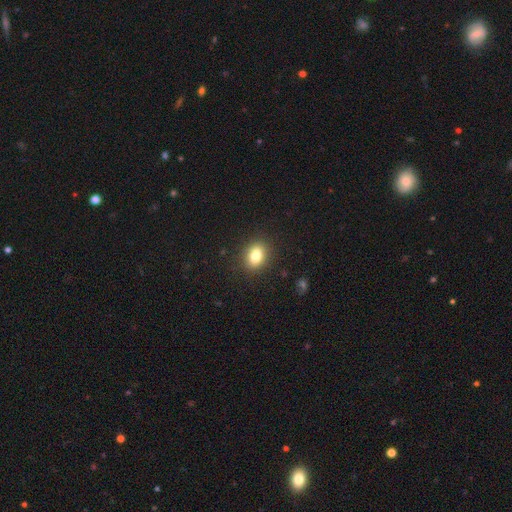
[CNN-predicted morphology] type=smooth (81%); roundness=in between (61%); merging=none (89%).